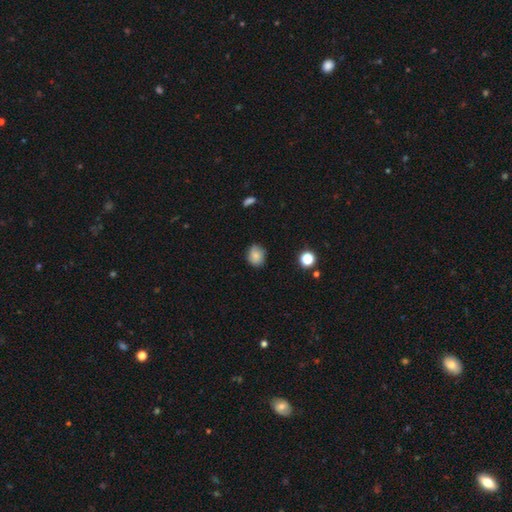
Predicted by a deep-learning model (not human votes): Smooth or featured?
  - smooth: 80% *
  - featured or disk: 10%
  - star or artifact: 10%
How rounded?
  - round: 69% *
  - in between: 30%
  - cigar-shaped: 1%
Merging?
  - none: 77% *
  - minor disturbance: 18%
  - major disturbance: 3%
  - merger: 1%